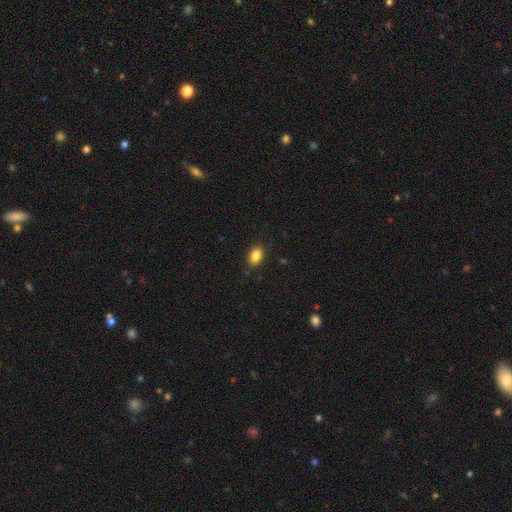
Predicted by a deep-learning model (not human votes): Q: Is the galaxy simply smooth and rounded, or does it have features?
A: smooth — 86%.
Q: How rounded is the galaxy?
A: in between — 84%.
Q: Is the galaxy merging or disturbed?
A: none — 86%.